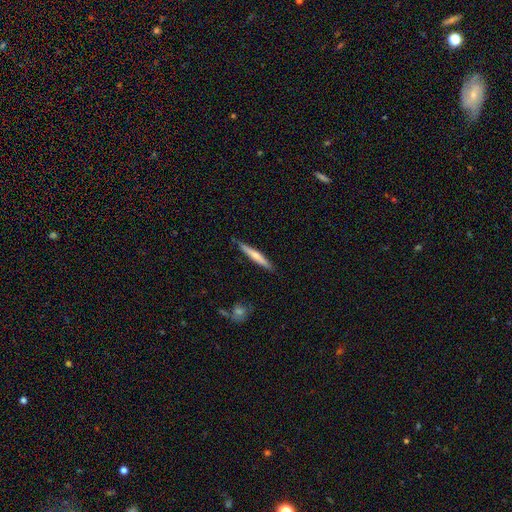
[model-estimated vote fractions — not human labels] This is possibly a smooth galaxy (58%). How rounded: clearly cigar-shaped (94%). Merging: clearly none (86%).